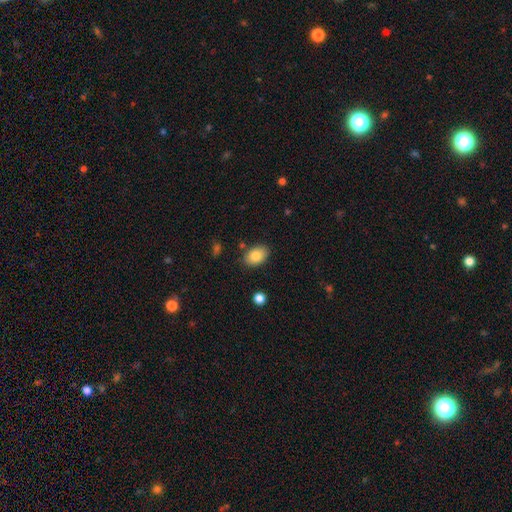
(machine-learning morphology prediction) smooth-or-featured: smooth: 85% | featured or disk: 8% | star or artifact: 7%
  how-rounded: in between: 86% | round: 13% | cigar-shaped: 1%
  merging: none: 82% | minor disturbance: 12% | merger: 3% | major disturbance: 3%